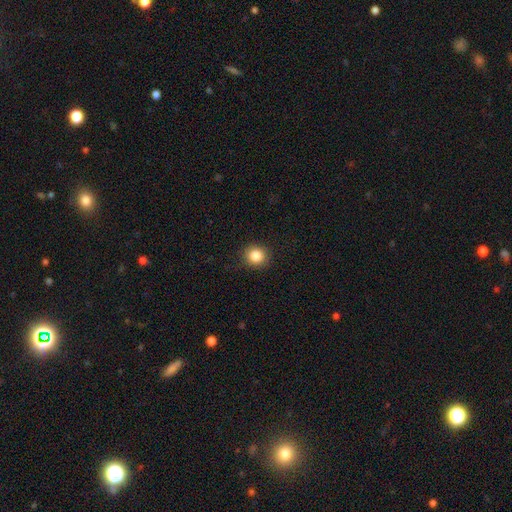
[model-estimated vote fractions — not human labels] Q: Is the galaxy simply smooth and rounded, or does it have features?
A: smooth — 85%.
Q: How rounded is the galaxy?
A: round — 90%.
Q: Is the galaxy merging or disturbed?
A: none — 90%.